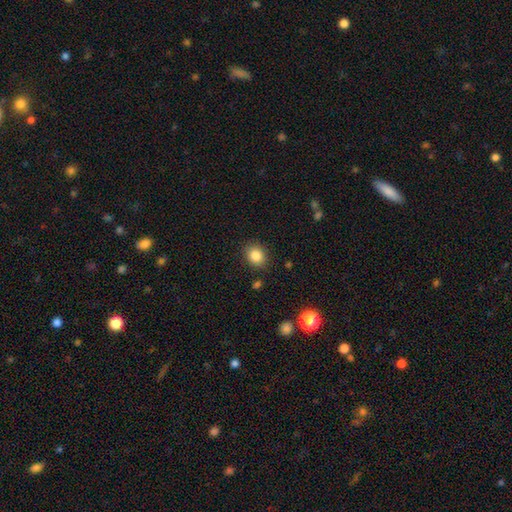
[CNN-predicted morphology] Smooth or featured: smooth — 85% (star or artifact — 10%)
How rounded: round — 56% (in between — 43%)
Merging: none — 86% (minor disturbance — 9%)